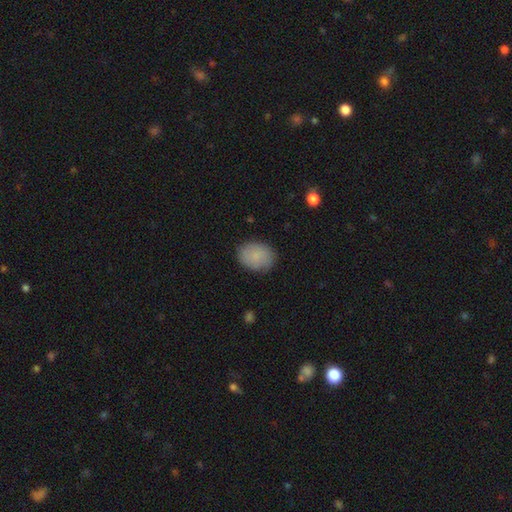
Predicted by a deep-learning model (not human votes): A smooth galaxy with no disk features (84%) that is in between round and cigar-shaped (69%).

Vote fractions:
- Smooth or featured? smooth: 84% / featured or disk: 10% / star or artifact: 7%
- How rounded? in between: 69% / round: 30% / cigar-shaped: 1%
- Merging? none: 85% / minor disturbance: 12% / major disturbance: 3% / merger: 1%